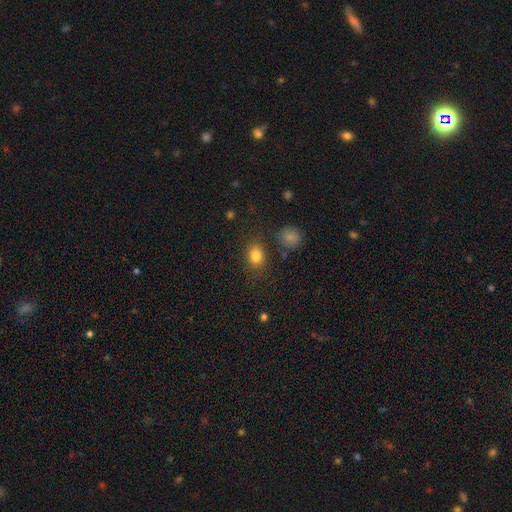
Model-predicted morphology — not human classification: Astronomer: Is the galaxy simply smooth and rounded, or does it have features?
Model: smooth — 81%.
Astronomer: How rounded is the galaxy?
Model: in between — 56% (runner-up: round, 43%).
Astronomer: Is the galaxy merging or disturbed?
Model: none — 80%.